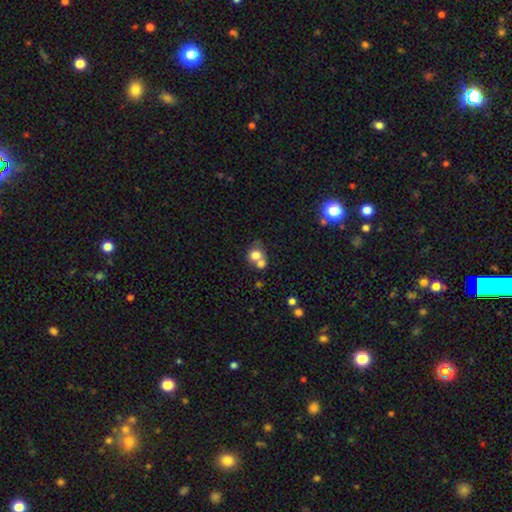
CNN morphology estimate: Smooth or featured? Predicted: smooth (p=0.74). How rounded? Predicted: round (p=0.73). Merging? Predicted: merger (p=0.53).